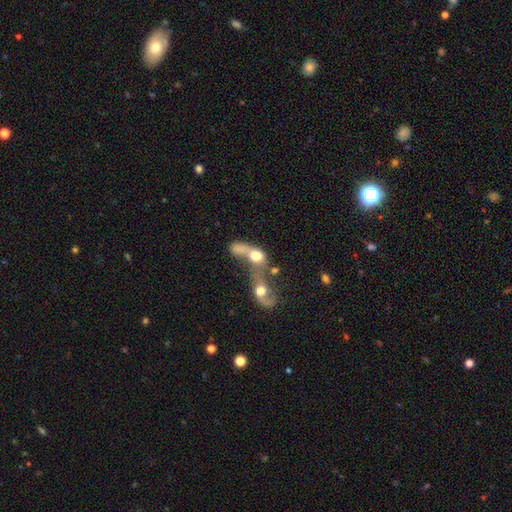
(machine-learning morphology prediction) This appears to be a smooth galaxy with no disk features (57%) that is in between round and cigar-shaped (57%). Merging: merger (81%).